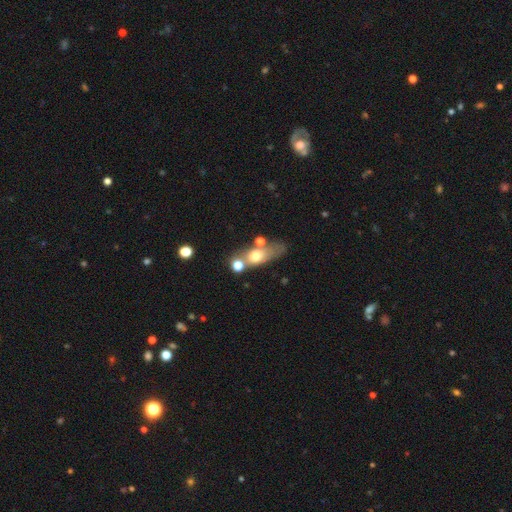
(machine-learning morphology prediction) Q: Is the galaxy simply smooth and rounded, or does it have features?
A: smooth — 59%.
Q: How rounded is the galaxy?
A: in between — 55%.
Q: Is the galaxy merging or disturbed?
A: none — 46%.